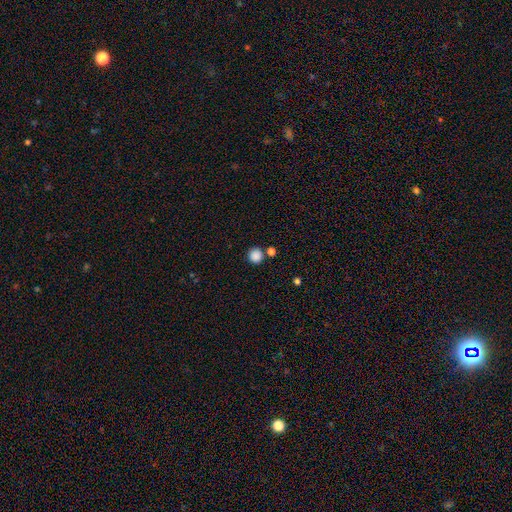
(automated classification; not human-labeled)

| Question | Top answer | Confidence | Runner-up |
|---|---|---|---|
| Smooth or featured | smooth | 86% | star or artifact (10%) |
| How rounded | round | 93% | in between (6%) |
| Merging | none | 81% | merger (9%) |